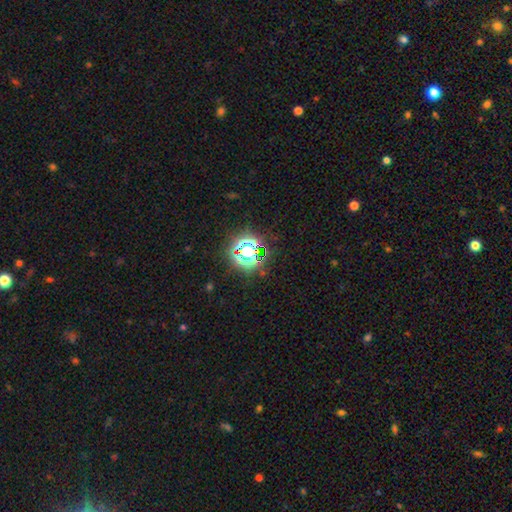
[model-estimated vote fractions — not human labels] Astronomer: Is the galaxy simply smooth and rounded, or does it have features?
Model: star or artifact — 70%.